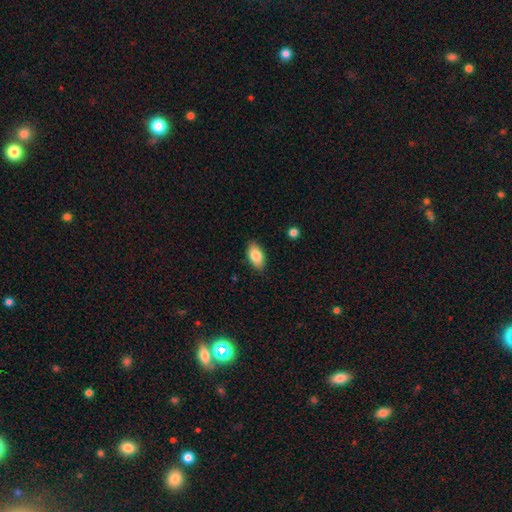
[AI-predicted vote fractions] smooth-or-featured: smooth: 83% | featured or disk: 10% | star or artifact: 7%
  how-rounded: in between: 92% | round: 4% | cigar-shaped: 4%
  merging: none: 86% | minor disturbance: 11% | major disturbance: 2% | merger: 1%